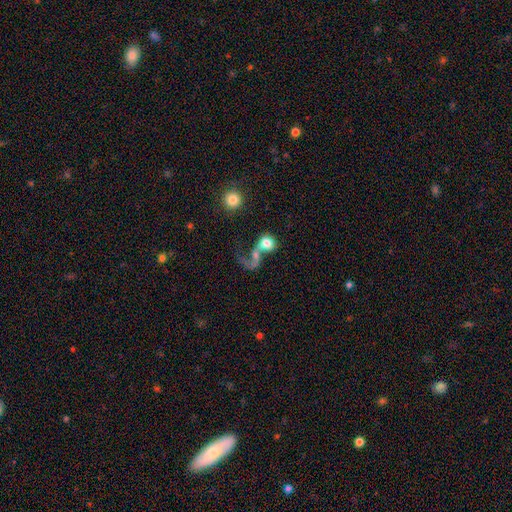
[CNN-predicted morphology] smooth 44%, featured or disk 42%, star or artifact 13%. Down the decision tree: merging — merger (48%).